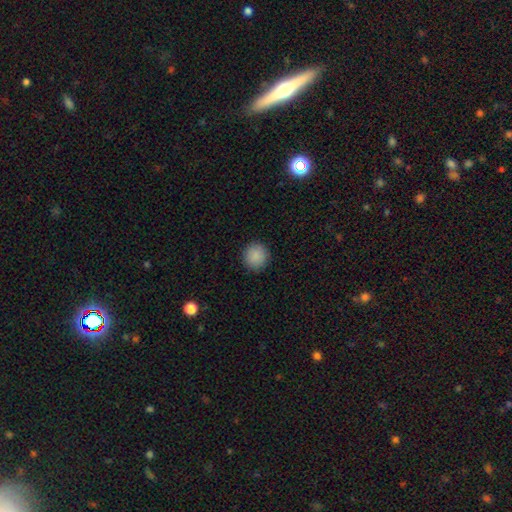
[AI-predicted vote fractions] Smooth or featured? smooth (89%)
How rounded? round (91%)
Merging? none (91%)